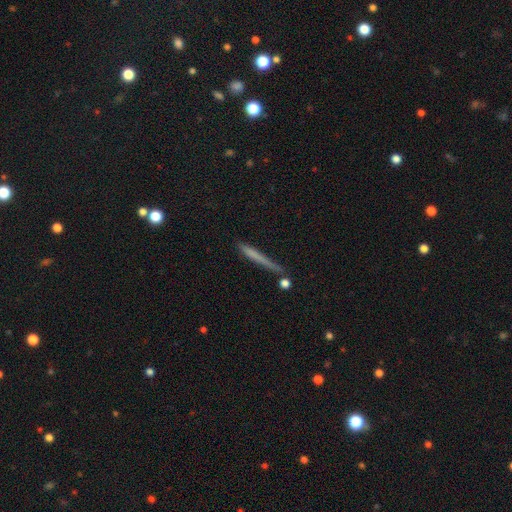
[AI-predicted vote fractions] smooth 62%, featured or disk 30%, star or artifact 8%. Down the decision tree: how rounded — cigar-shaped (96%); merging — none (73%).